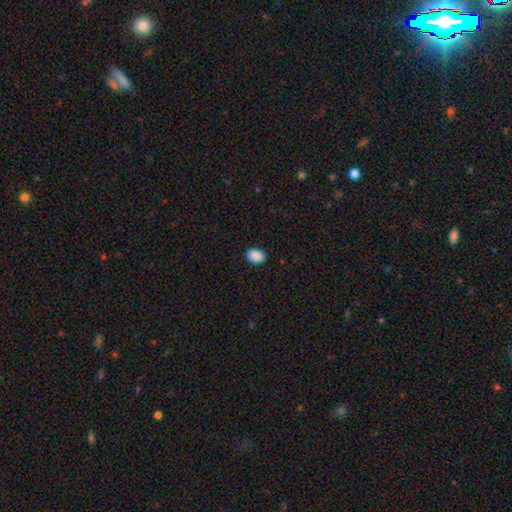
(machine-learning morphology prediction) This appears to be a smooth galaxy with no disk features (89%) that is in between round and cigar-shaped (70%). Merging: none (90%).